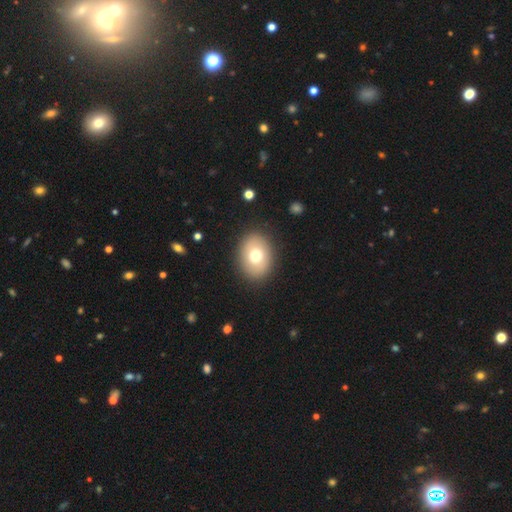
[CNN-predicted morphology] Smooth or featured?
  - smooth: 73% *
  - featured or disk: 19%
  - star or artifact: 8%
How rounded?
  - in between: 62% *
  - round: 37%
  - cigar-shaped: 1%
Merging?
  - none: 88% *
  - minor disturbance: 8%
  - major disturbance: 3%
  - merger: 1%